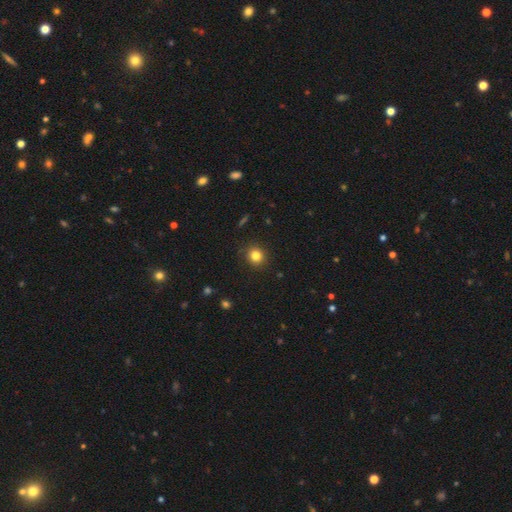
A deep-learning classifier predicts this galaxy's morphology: Overall: smooth (82%). How rounded: round (87%). Merging: none (89%).